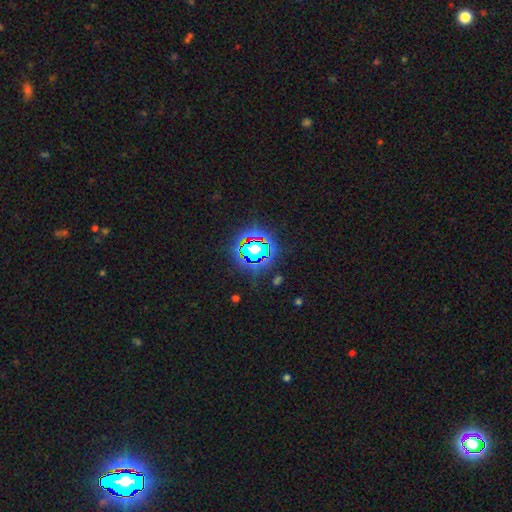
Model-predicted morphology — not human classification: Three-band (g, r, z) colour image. It shows a star or artifact, not a galaxy (78%).